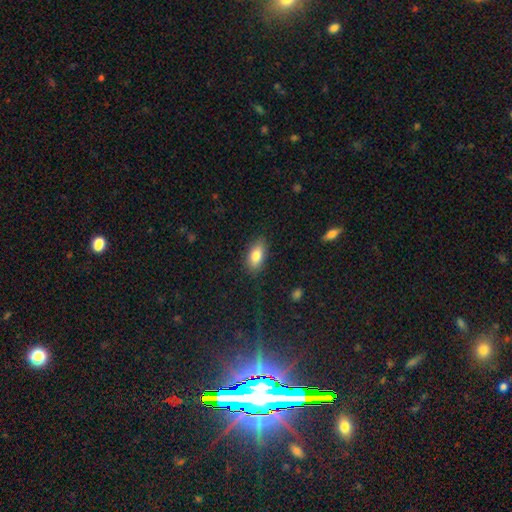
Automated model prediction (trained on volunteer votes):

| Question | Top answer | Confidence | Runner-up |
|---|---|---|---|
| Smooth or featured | smooth | 82% | featured or disk (10%) |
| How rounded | in between | 89% | cigar-shaped (6%) |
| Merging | none | 84% | minor disturbance (12%) |